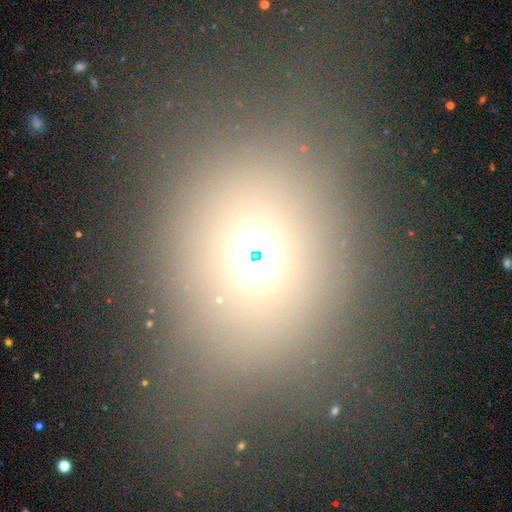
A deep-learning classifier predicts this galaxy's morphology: This is possibly a smooth galaxy (59%). How rounded: possibly round (59%). Merging: likely none (71%).